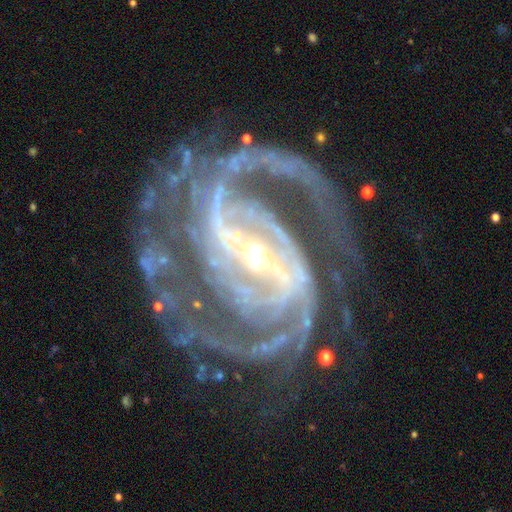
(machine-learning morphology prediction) Smooth or featured?
  - featured or disk: 93% *
  - star or artifact: 5%
  - smooth: 2%
Edge-on disk?
  - no: 98% *
  - yes: 2%
Bar?
  - strong: 59% *
  - weak: 30%
  - no: 11%
Spiral arms?
  - yes: 99% *
  - no: 1%
Spiral winding?
  - medium: 48% *
  - tight: 42%
  - loose: 10%
Spiral arm count?
  - 2: 41% *
  - 3: 21%
  - 4: 12%
  - can't tell: 11%
  - more than 4: 8%
  - 1: 7%
Bulge size?
  - small: 59% *
  - moderate: 36%
  - large: 3%
  - none: 1%
  - dominant: 1%
Merging?
  - none: 68% *
  - minor disturbance: 16%
  - major disturbance: 14%
  - merger: 2%